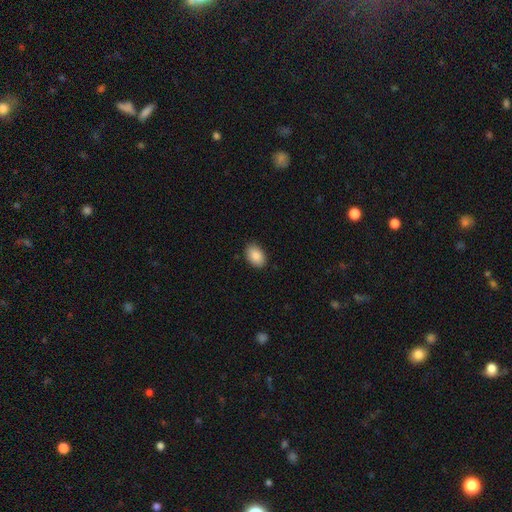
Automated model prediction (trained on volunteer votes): Morphology: type=smooth (89%); roundness=in between (87%); merging=none (87%).